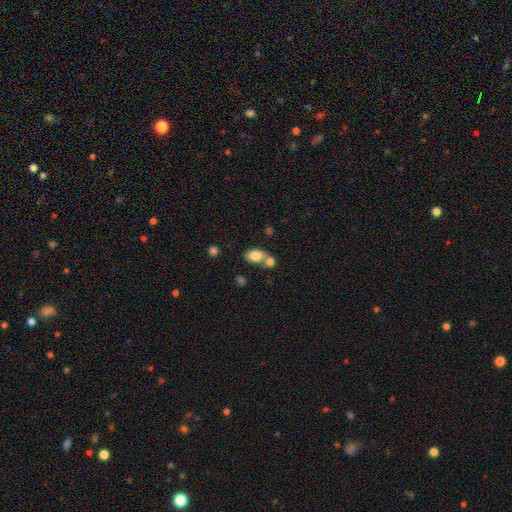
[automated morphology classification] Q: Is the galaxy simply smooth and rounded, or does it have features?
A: smooth — 81%.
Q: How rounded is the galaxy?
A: in between — 80%.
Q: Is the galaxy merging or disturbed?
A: merger — 46%.